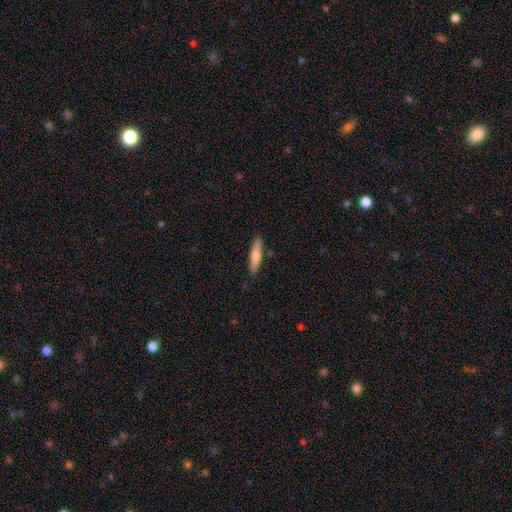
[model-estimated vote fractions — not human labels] This is likely a smooth galaxy (68%). How rounded: clearly cigar-shaped (82%). Merging: clearly none (86%).